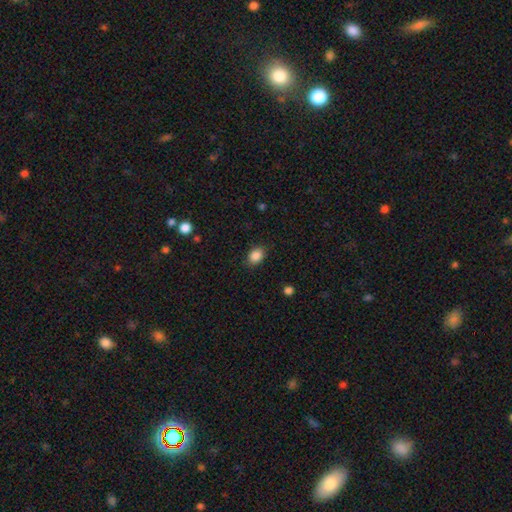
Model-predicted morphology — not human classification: Q: Smooth or featured?
A: smooth (87%); runner-up: star or artifact (9%)
Q: How rounded?
A: in between (69%); runner-up: round (30%)
Q: Merging?
A: none (86%); runner-up: minor disturbance (10%)